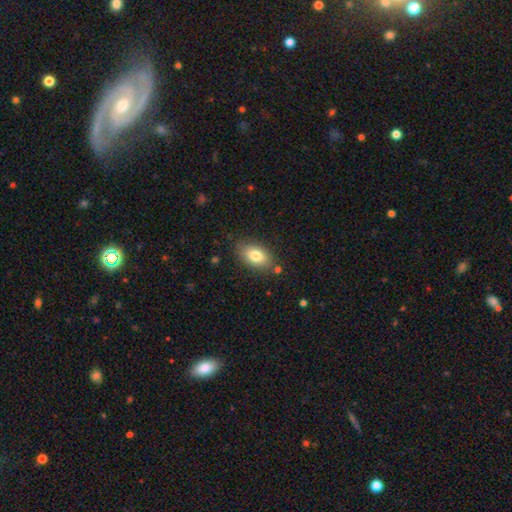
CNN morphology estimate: Overall: smooth (80%). How rounded: in between (90%). Merging: none (80%).